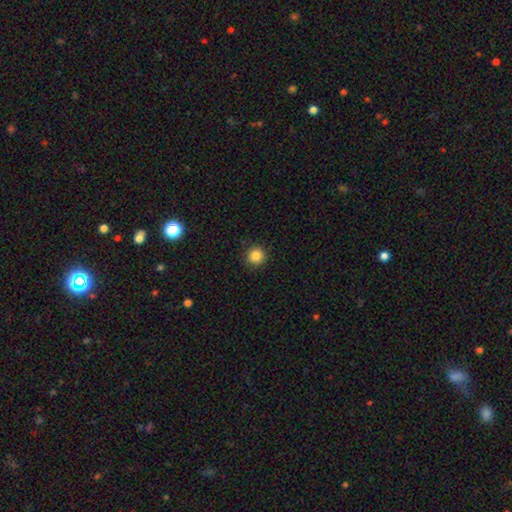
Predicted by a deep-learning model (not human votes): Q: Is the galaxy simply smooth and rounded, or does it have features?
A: smooth — 85%.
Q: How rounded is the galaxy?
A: round — 95%.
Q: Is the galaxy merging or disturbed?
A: none — 91%.